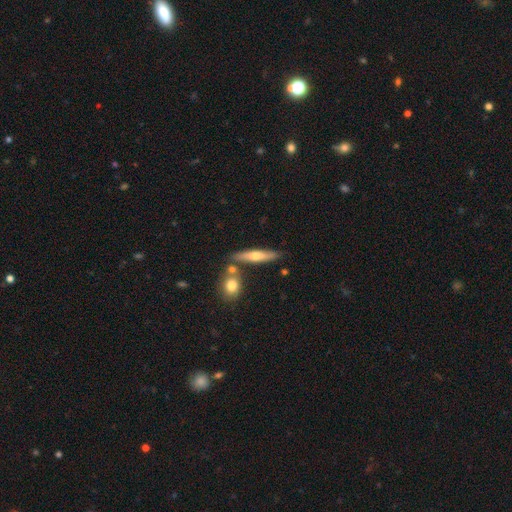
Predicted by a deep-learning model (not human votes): smooth_or_featured: smooth (p=0.50) [alt: featured or disk p=0.43]
how_rounded: cigar-shaped (p=0.81) [alt: in between p=0.16]
merging: none (p=0.73) [alt: merger p=0.12]